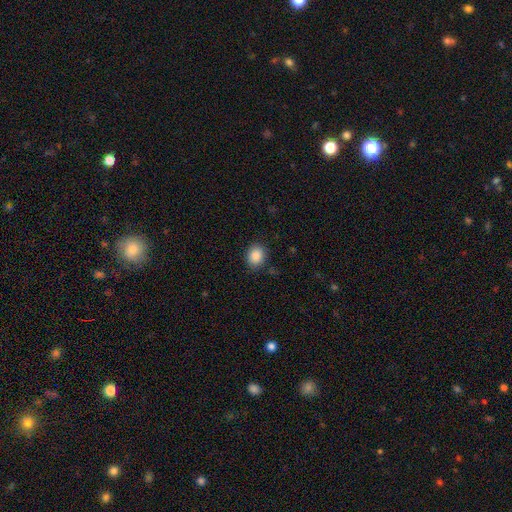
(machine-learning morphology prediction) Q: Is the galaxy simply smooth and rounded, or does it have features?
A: smooth — 87%.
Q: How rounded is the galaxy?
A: round — 51%.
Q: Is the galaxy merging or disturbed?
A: none — 86%.